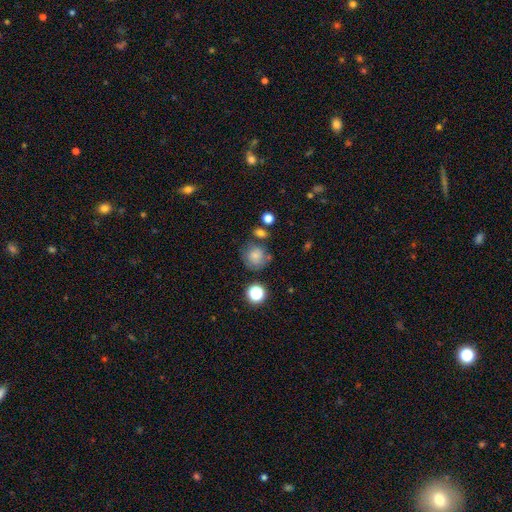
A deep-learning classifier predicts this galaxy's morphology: This appears to be a smooth galaxy with no disk features (72%) that is round (87%). Merging: none (63%).